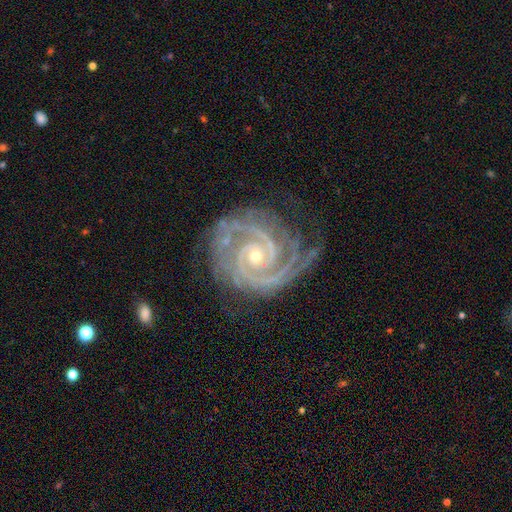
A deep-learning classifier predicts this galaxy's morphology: smooth_or_featured: featured or disk (p=0.93) [alt: star or artifact p=0.05]
disk_edge_on: no (p=0.98) [alt: yes p=0.02]
bar: no (p=0.64) [alt: weak p=0.24]
has_spiral_arms: yes (p=0.99) [alt: no p=0.01]
spiral_winding: tight (p=0.77) [alt: medium p=0.21]
spiral_arm_count: 2 (p=0.68) [alt: 3 p=0.17]
bulge_size: small (p=0.64) [alt: moderate p=0.33]
merging: none (p=0.71) [alt: minor disturbance p=0.20]